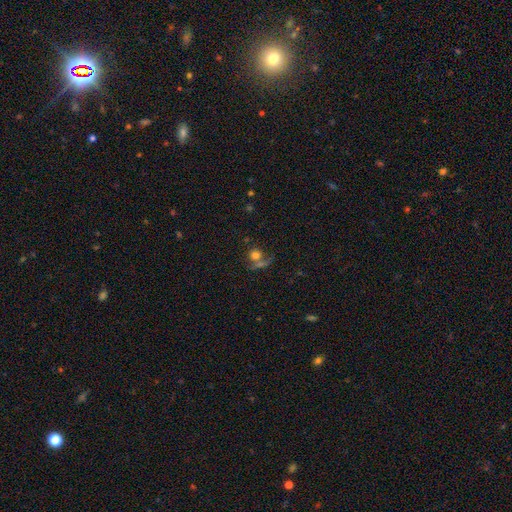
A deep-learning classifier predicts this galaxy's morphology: smooth-or-featured: smooth: 71% | star or artifact: 15% | featured or disk: 14%
  how-rounded: round: 83% | in between: 15% | cigar-shaped: 2%
  merging: none: 46% | merger: 33% | major disturbance: 11% | minor disturbance: 10%